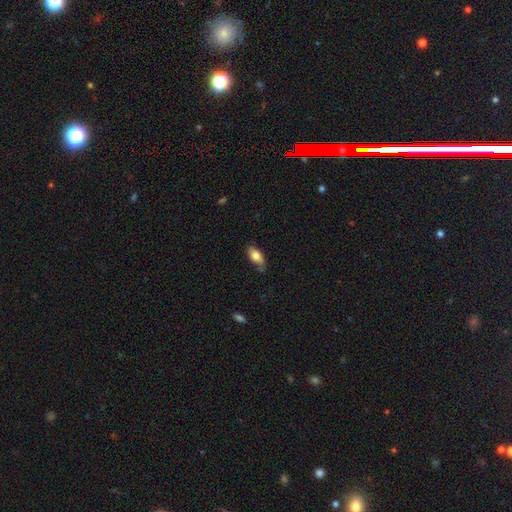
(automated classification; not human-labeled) Smooth or featured?
  - smooth: 76% *
  - featured or disk: 17%
  - star or artifact: 7%
How rounded?
  - in between: 89% *
  - cigar-shaped: 7%
  - round: 4%
Merging?
  - none: 69% *
  - minor disturbance: 24%
  - major disturbance: 5%
  - merger: 2%